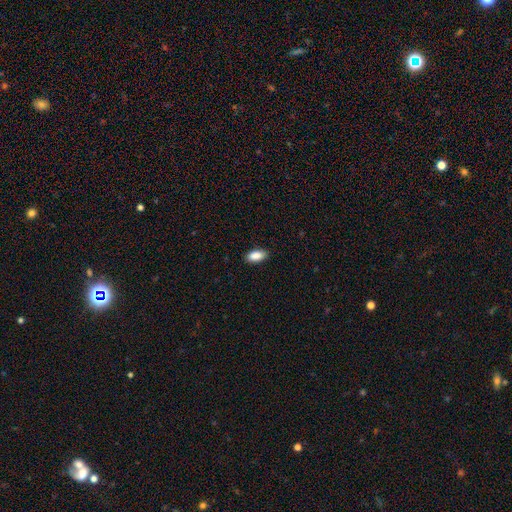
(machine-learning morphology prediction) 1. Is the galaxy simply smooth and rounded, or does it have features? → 89% smooth, 7% star or artifact, 4% featured or disk.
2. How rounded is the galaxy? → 91% in between, 6% cigar-shaped, 3% round.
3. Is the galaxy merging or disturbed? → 88% none, 9% minor disturbance, 2% major disturbance, 1% merger.